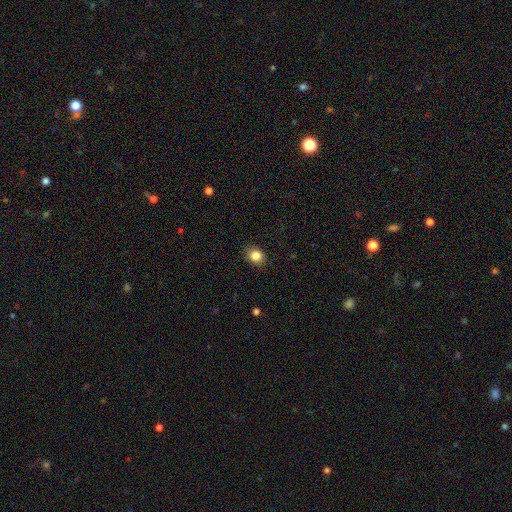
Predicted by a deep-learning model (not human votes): smooth_or_featured: smooth (p=0.84) [alt: star or artifact p=0.10]
how_rounded: round (p=0.66) [alt: in between p=0.33]
merging: none (p=0.87) [alt: minor disturbance p=0.10]